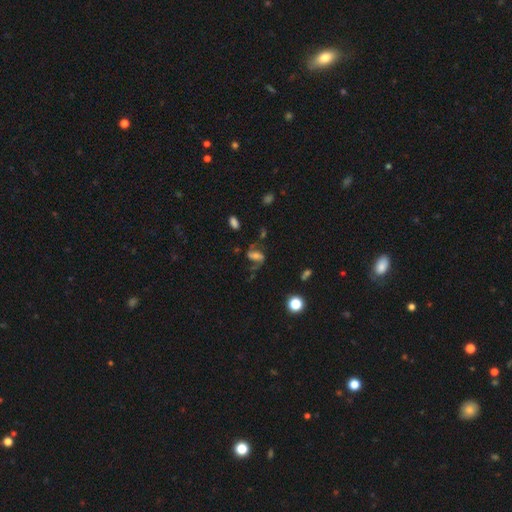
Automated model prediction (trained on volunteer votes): Overall: featured or disk (76%). Edge-on disk: no (96%). Bar: weak (39%; strong 36%). Spiral arms: yes (94%). Spiral arm count: 2 (91%). Spiral winding: loose (50%; medium 40%). Bulge size: moderate (40%; small 37%). Merging: none (64%).